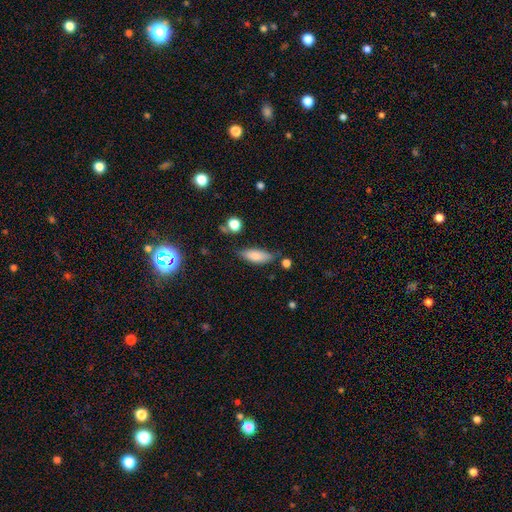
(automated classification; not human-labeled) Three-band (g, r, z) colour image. It shows a smooth galaxy with no disk features (80%) that is in between round and cigar-shaped (71%). Merging: none (70%).